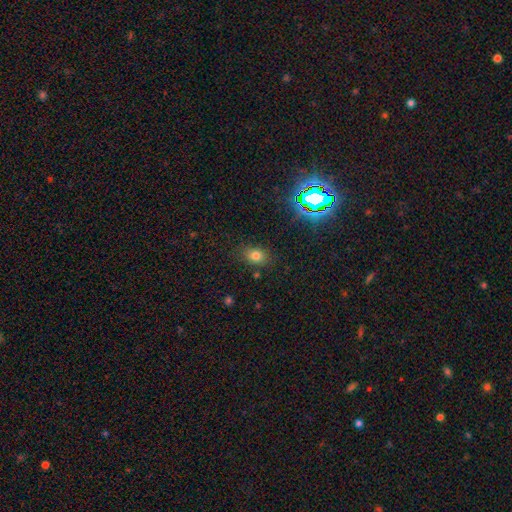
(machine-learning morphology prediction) Smooth or featured? smooth (74%)
How rounded? in between (63%)
Merging? none (80%)